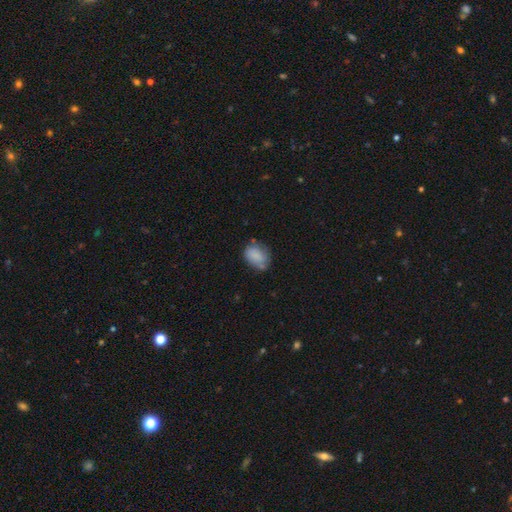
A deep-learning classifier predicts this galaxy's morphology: Q: Smooth or featured?
A: smooth (79%); runner-up: featured or disk (12%)
Q: How rounded?
A: in between (73%); runner-up: round (25%)
Q: Merging?
A: none (52%); runner-up: minor disturbance (33%)